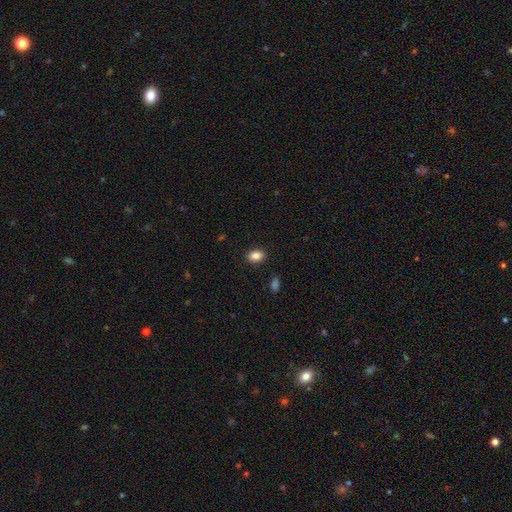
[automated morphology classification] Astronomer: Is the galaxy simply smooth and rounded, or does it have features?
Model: smooth — 88%.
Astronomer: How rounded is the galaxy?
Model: in between — 82%.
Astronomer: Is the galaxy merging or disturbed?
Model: none — 89%.